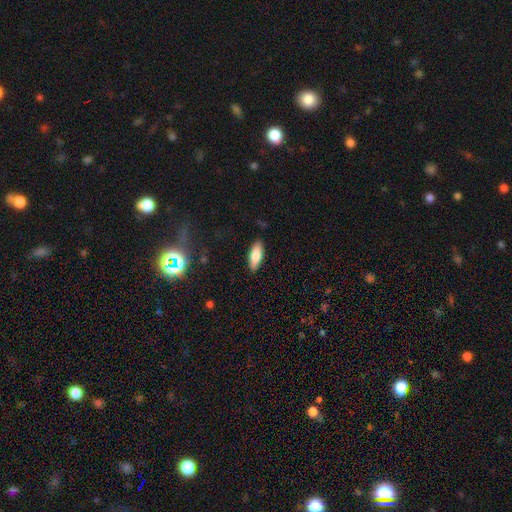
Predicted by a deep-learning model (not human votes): The model was most divided on "how rounded": in between: 70%, cigar-shaped: 28%, round: 2%. More confident: merging — none (87%); smooth or featured — smooth (78%).